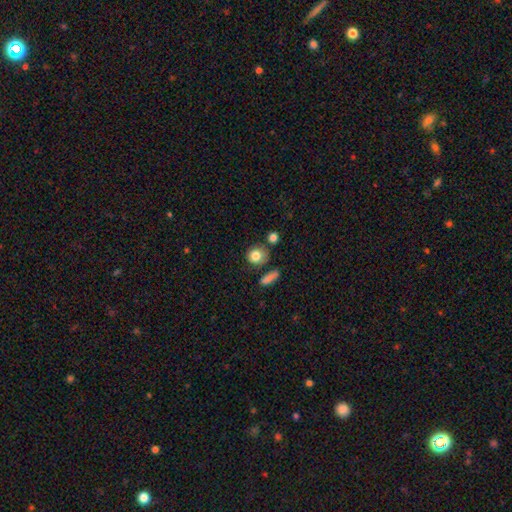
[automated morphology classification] Smooth or featured: smooth — 82% (star or artifact — 9%)
How rounded: round — 77% (in between — 21%)
Merging: none — 69% (minor disturbance — 15%)